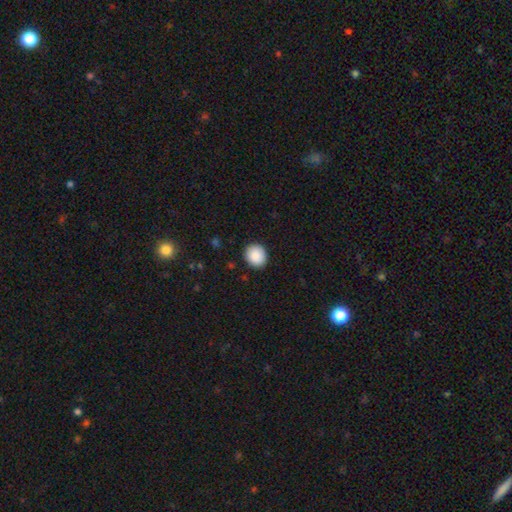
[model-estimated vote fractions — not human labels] Overall: smooth (89%). How rounded: round (86%). Merging: none (91%).